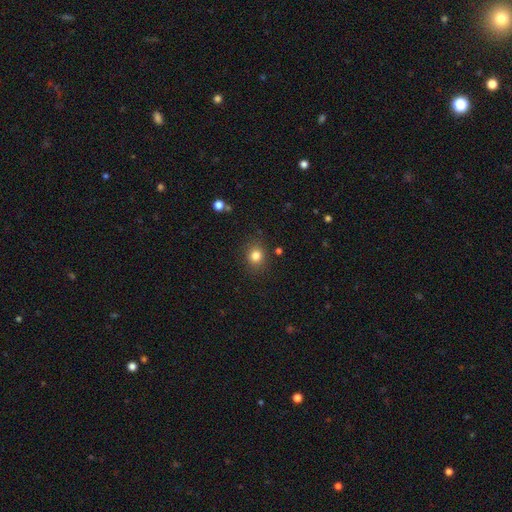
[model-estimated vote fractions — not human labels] Morphology: type=smooth (82%); roundness=round (70%); merging=none (85%).